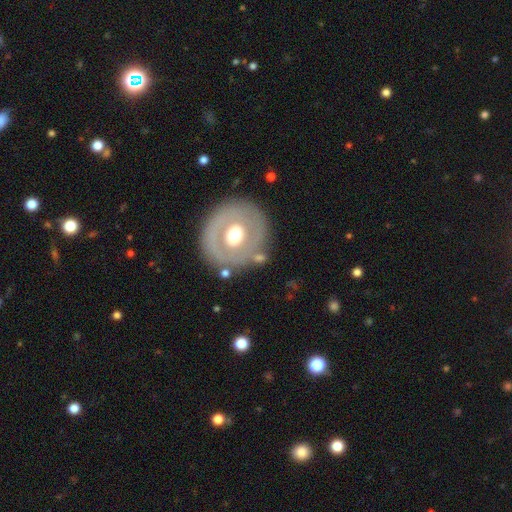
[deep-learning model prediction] Smooth or featured? featured or disk (53%)
Edge-on disk? no (95%)
Bar? no (78%)
Spiral arms? no (88%)
Bulge size? moderate (70%)
Merging? none (77%)